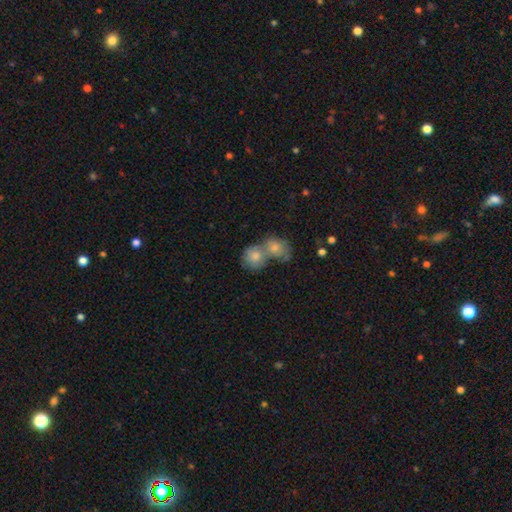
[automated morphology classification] Smooth or featured?
  - smooth: 62% *
  - featured or disk: 23%
  - star or artifact: 15%
How rounded?
  - round: 77% *
  - in between: 21%
  - cigar-shaped: 2%
Merging?
  - merger: 61% *
  - none: 30%
  - minor disturbance: 7%
  - major disturbance: 3%